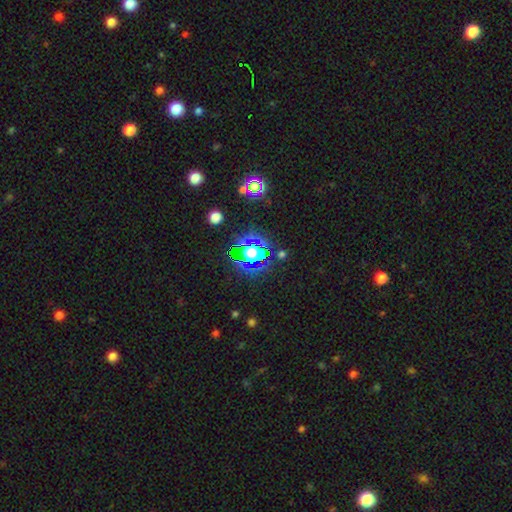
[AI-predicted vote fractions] Smooth or featured? star or artifact (54%)